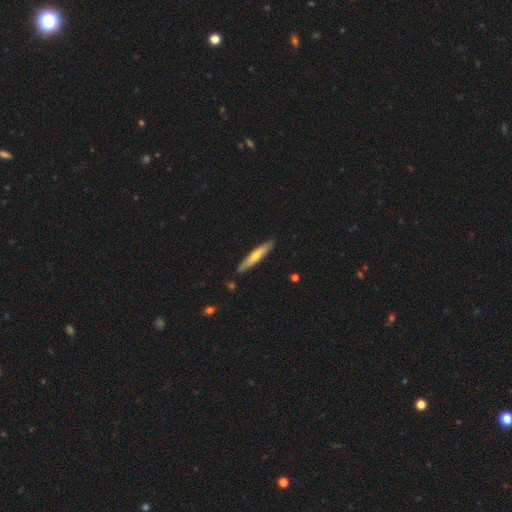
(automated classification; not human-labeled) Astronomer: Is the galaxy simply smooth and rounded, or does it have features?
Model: smooth — 54% (runner-up: featured or disk, 41%).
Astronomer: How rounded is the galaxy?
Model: cigar-shaped — 91%.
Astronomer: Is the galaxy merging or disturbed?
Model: none — 89%.